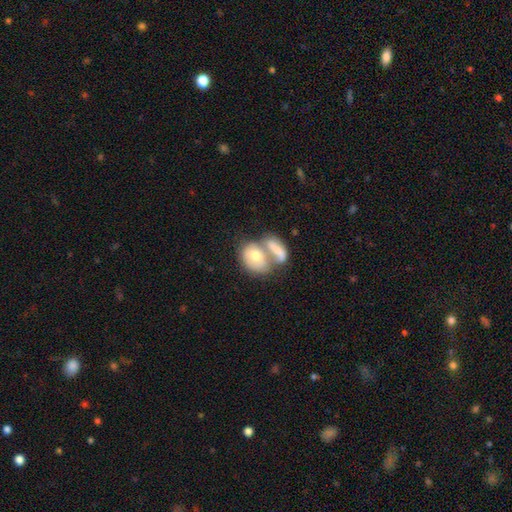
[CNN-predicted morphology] The model was most divided on "smooth or featured": smooth: 62%, featured or disk: 31%, star or artifact: 7%. More confident: how rounded — in between (71%); merging — merger (64%).